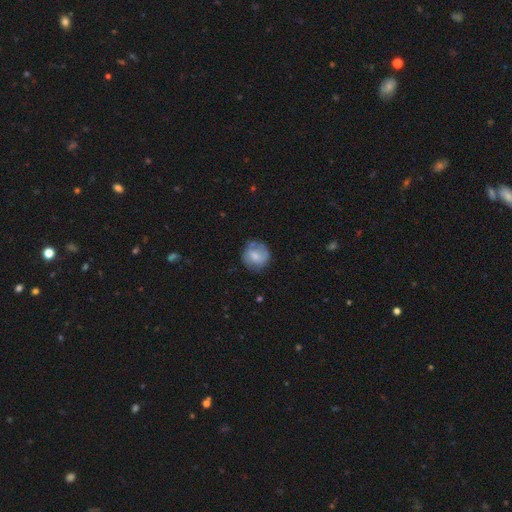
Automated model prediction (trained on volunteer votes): Smooth or featured?
  - smooth: 53% *
  - featured or disk: 40%
  - star or artifact: 7%
How rounded?
  - round: 86% *
  - in between: 13%
  - cigar-shaped: 1%
Merging?
  - none: 69% *
  - minor disturbance: 21%
  - major disturbance: 7%
  - merger: 3%